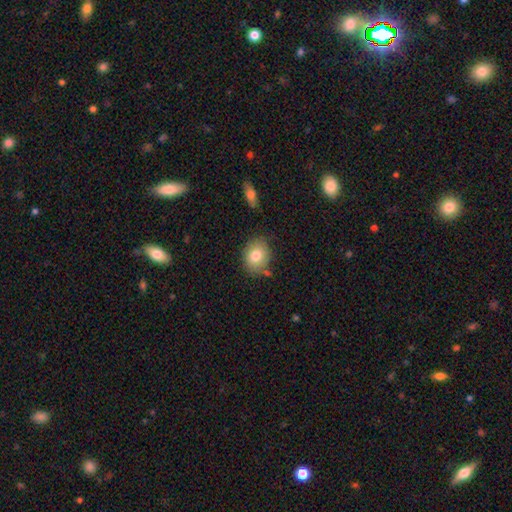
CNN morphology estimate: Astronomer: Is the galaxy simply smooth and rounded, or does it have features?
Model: smooth — 80%.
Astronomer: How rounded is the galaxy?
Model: round — 52% (runner-up: in between, 48%).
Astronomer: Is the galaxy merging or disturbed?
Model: none — 77%.